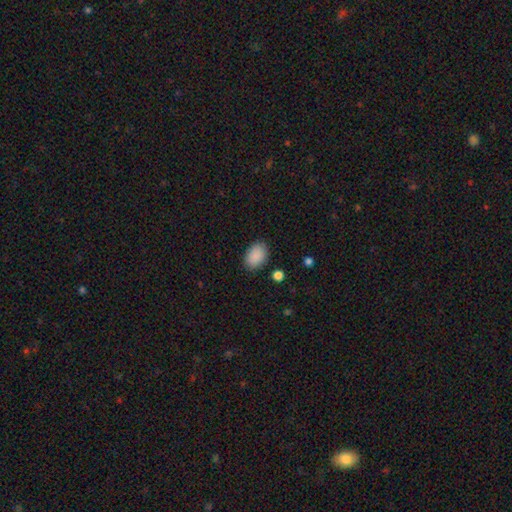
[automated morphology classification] smooth 90%, star or artifact 7%, featured or disk 3%. Down the decision tree: how rounded — in between (85%); merging — none (87%).